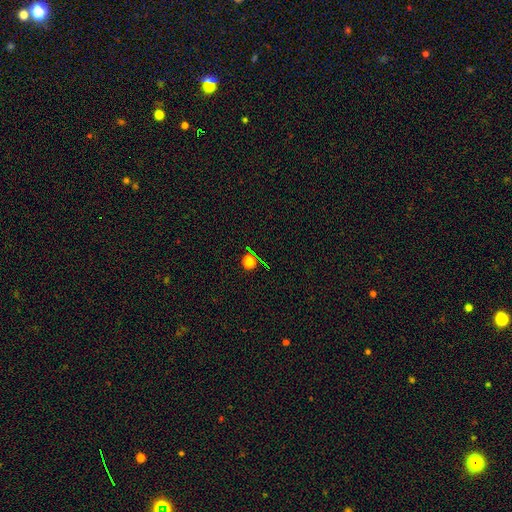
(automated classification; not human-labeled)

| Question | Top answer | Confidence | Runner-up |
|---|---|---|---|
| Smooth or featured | star or artifact | 54% | smooth (38%) |